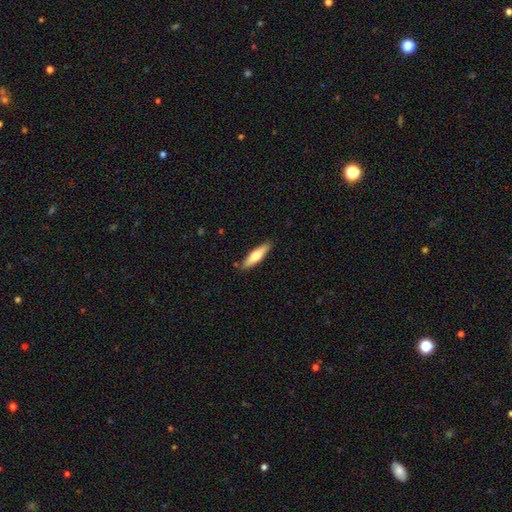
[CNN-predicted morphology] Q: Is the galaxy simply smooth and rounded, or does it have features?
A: smooth — 61%.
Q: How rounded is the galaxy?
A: cigar-shaped — 69%.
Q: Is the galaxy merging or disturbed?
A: none — 87%.